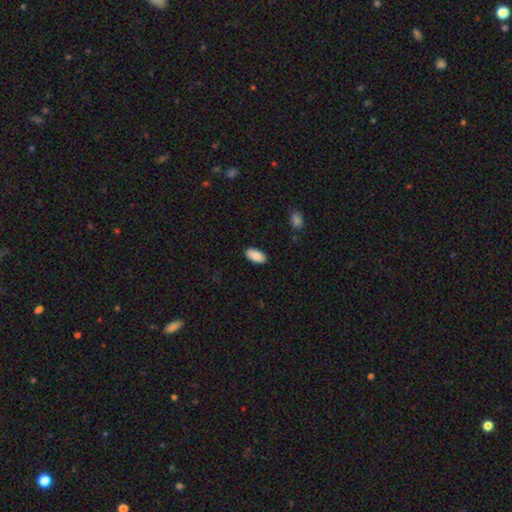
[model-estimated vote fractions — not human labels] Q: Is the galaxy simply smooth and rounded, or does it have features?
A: smooth — 89%.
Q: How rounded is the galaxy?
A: in between — 94%.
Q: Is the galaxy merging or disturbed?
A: none — 88%.